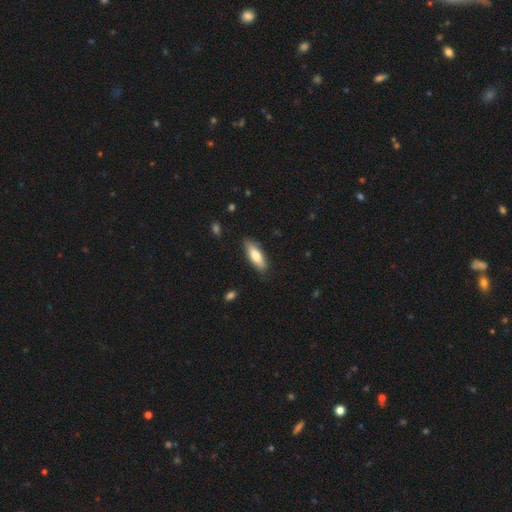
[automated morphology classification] Q: Smooth or featured?
A: smooth (77%); runner-up: featured or disk (17%)
Q: How rounded?
A: in between (58%); runner-up: cigar-shaped (40%)
Q: Merging?
A: none (83%); runner-up: minor disturbance (13%)